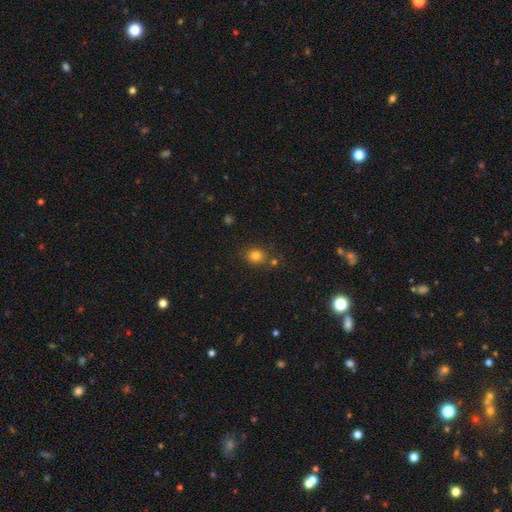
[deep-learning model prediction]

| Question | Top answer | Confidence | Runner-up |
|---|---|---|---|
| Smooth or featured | smooth | 79% | star or artifact (14%) |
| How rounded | round | 79% | in between (20%) |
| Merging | none | 74% | merger (11%) |